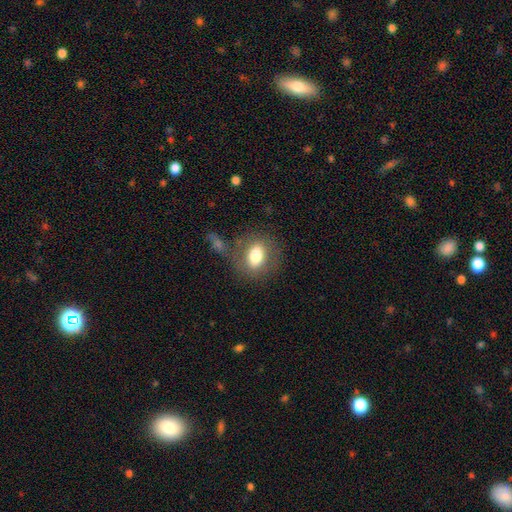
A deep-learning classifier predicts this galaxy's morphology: smooth-or-featured: smooth: 74% | featured or disk: 17% | star or artifact: 8%
  how-rounded: in between: 67% | round: 30% | cigar-shaped: 3%
  merging: none: 73% | minor disturbance: 13% | merger: 7% | major disturbance: 7%